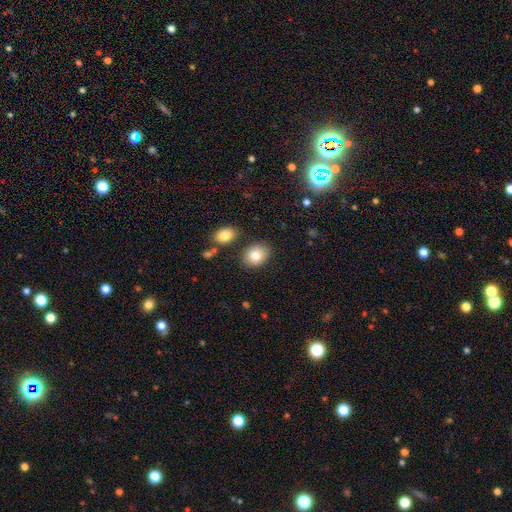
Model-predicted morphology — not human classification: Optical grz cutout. It shows a smooth galaxy with no disk features (81%) that is in between round and cigar-shaped (54%). Merging: none (82%).